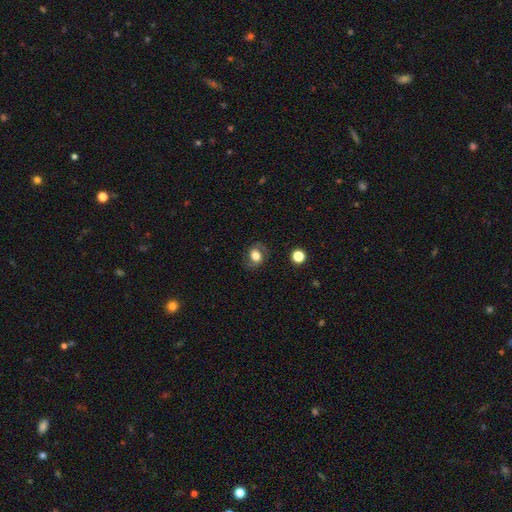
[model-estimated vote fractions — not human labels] This appears to be a smooth galaxy with no disk features (51%) that is round (51%). Merging: none (76%).